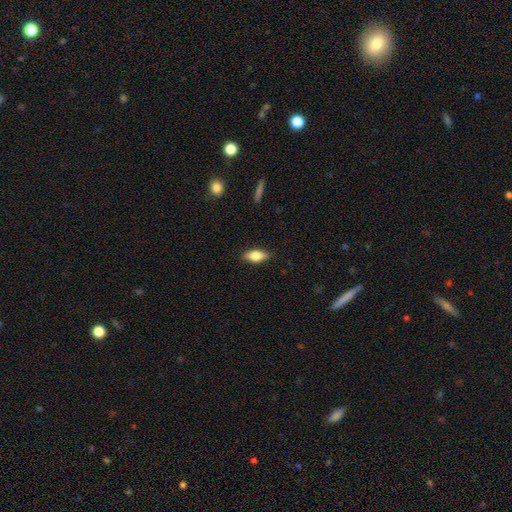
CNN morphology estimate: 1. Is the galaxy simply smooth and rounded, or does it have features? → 66% smooth, 27% featured or disk, 7% star or artifact.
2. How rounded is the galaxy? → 78% in between, 19% cigar-shaped, 4% round.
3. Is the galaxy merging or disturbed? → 87% none, 10% minor disturbance, 2% major disturbance, 1% merger.